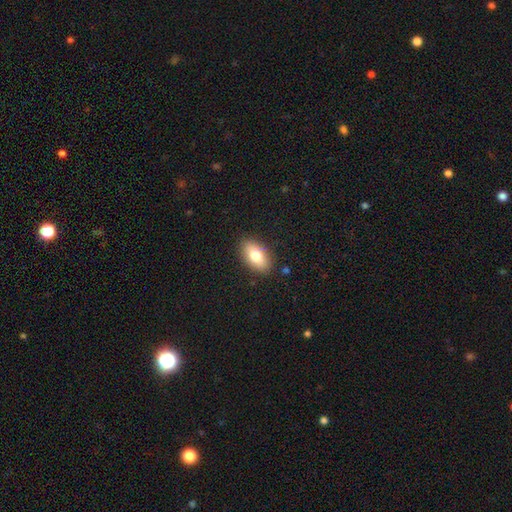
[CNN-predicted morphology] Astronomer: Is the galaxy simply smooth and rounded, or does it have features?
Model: smooth — 79%.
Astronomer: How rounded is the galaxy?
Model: in between — 91%.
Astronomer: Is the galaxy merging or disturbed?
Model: none — 86%.